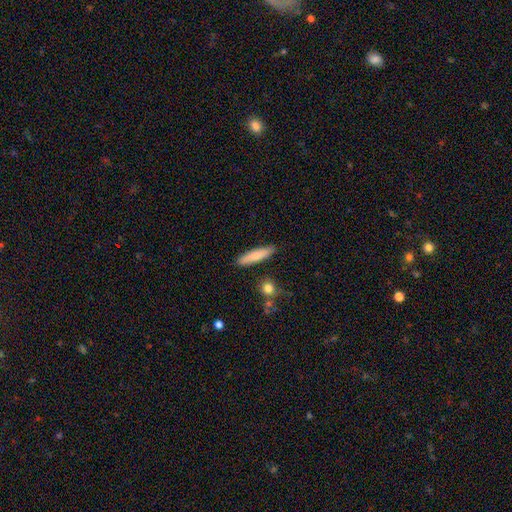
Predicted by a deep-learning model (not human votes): This is likely a smooth galaxy (78%). How rounded: clearly cigar-shaped (82%). Merging: clearly none (87%).